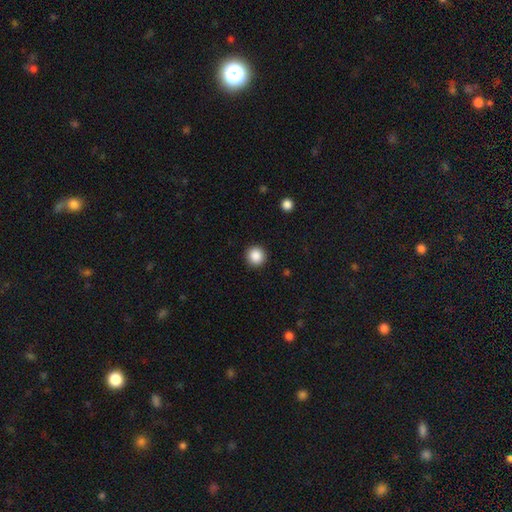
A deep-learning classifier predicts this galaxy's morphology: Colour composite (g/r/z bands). It shows a smooth galaxy with no disk features (88%) that is round (95%). Merging: none (92%).